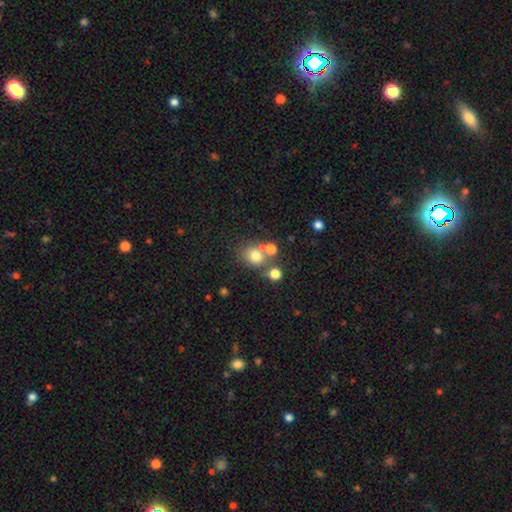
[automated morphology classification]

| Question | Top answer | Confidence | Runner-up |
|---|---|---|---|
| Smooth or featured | smooth | 73% | star or artifact (15%) |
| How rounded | round | 74% | in between (25%) |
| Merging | none | 57% | merger (26%) |